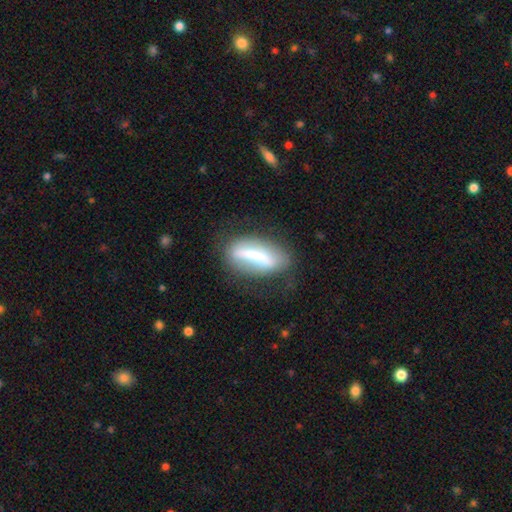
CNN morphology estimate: smooth 50%, featured or disk 42%, star or artifact 8%. Down the decision tree: how rounded — in between (55%); merging — none (61%).